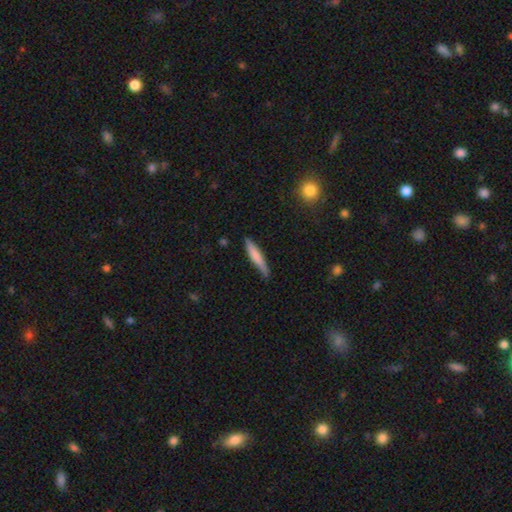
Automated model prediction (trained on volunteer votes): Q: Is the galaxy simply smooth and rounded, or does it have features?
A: smooth — 71%.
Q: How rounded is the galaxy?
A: cigar-shaped — 91%.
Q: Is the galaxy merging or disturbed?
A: none — 79%.